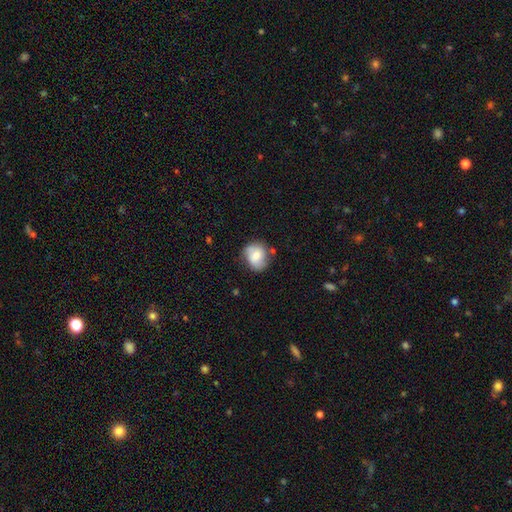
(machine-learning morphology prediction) smooth-or-featured: smooth: 63% | featured or disk: 29% | star or artifact: 8%
  how-rounded: round: 64% | in between: 35% | cigar-shaped: 1%
  merging: none: 63% | minor disturbance: 25% | major disturbance: 7% | merger: 5%